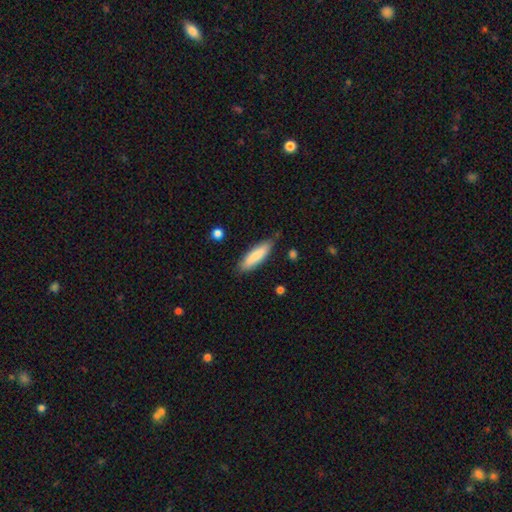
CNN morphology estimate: smooth 82%, featured or disk 13%, star or artifact 6%. Down the decision tree: how rounded — cigar-shaped (61%); merging — none (81%).